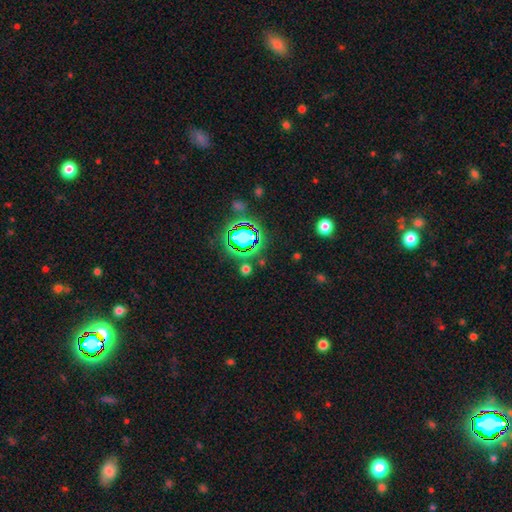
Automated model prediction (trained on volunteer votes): Smooth or featured? Predicted: star or artifact (p=0.79).